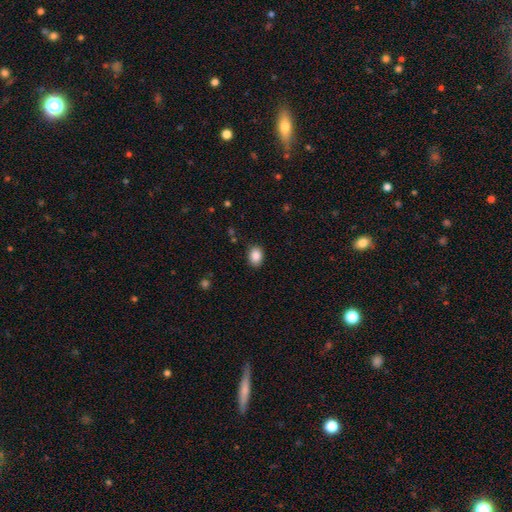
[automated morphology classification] Q: Smooth or featured?
A: smooth (88%); runner-up: star or artifact (9%)
Q: How rounded?
A: in between (67%); runner-up: round (32%)
Q: Merging?
A: none (86%); runner-up: minor disturbance (10%)